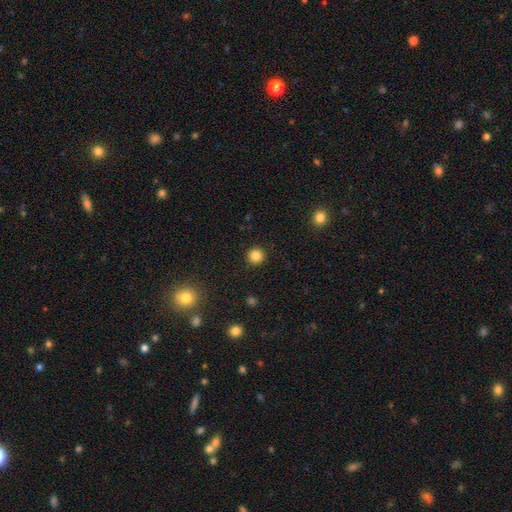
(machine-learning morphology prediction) A smooth galaxy with no disk features (84%) that is round (95%). Merging: none (92%).